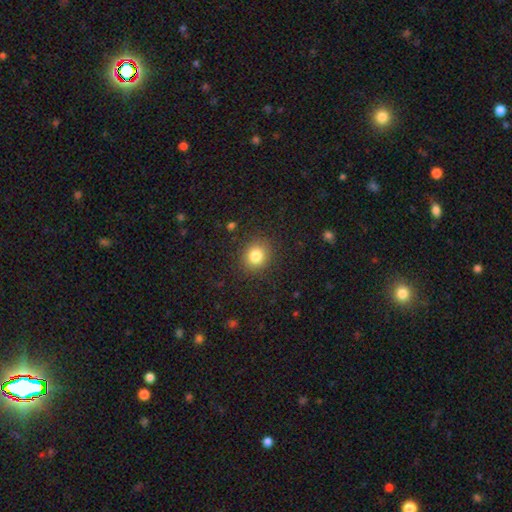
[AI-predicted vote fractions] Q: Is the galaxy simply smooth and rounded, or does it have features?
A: smooth — 82%.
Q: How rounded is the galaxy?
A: round — 81%.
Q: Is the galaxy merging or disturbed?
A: none — 88%.